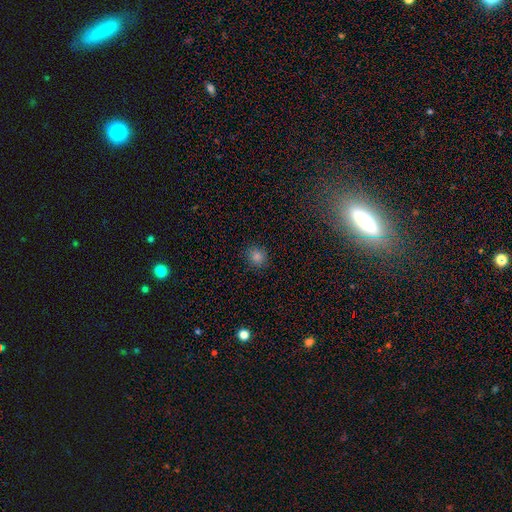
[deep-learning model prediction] smooth 77%, star or artifact 18%, featured or disk 5%. Down the decision tree: how rounded — round (84%); merging — none (89%).